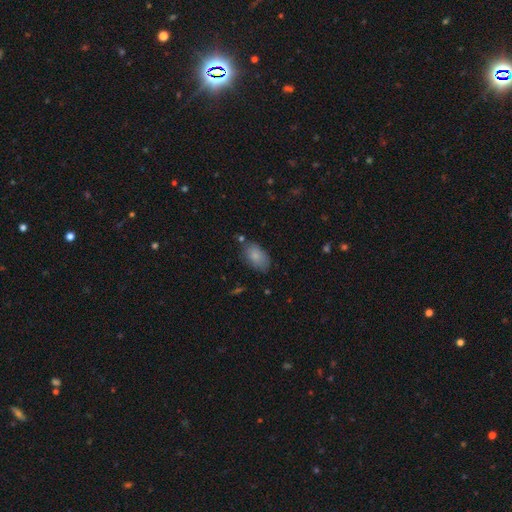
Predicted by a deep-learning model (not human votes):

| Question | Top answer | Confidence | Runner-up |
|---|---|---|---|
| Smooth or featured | smooth | 83% | featured or disk (10%) |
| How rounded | in between | 92% | round (6%) |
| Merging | none | 69% | minor disturbance (21%) |